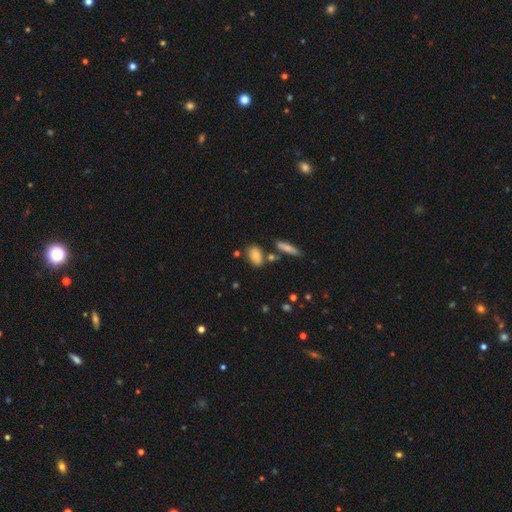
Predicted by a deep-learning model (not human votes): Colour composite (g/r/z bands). It shows a smooth galaxy with no disk features (79%) that is in between round and cigar-shaped (83%). Merging: none (69%).